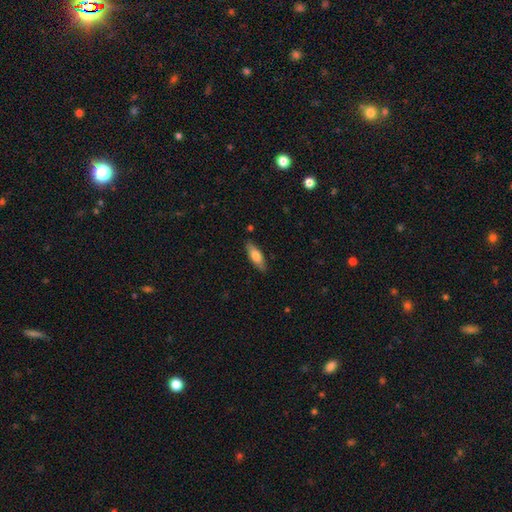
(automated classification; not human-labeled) This appears to be a smooth galaxy with no disk features (71%) that is in between round and cigar-shaped (57%). Merging: none (86%).